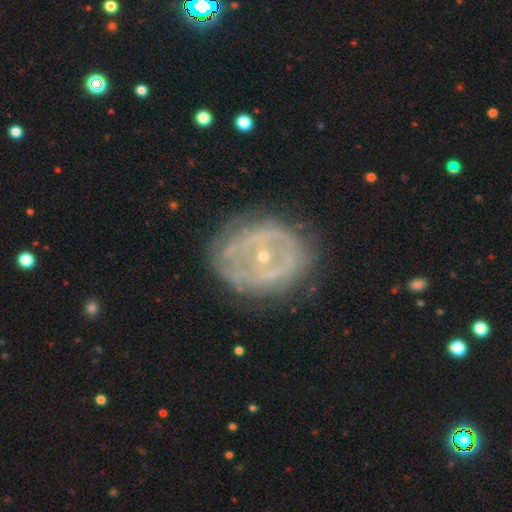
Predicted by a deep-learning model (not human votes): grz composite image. It shows a featured or disk galaxy (73%) with no bar (46%), spiral arms (53%) and a small central bulge (76%). Merging: none (70%).